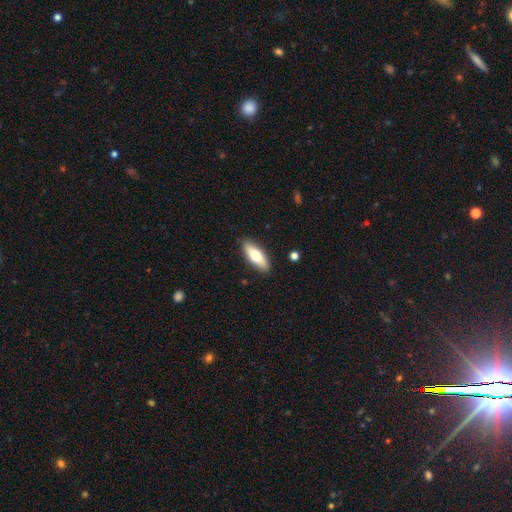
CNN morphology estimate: A smooth galaxy with no disk features (65%) that is in between round and cigar-shaped (65%).

Vote fractions:
- Smooth or featured? smooth: 65% / featured or disk: 29% / star or artifact: 6%
- How rounded? in between: 65% / cigar-shaped: 32% / round: 2%
- Merging? none: 89% / minor disturbance: 8% / major disturbance: 2% / merger: 1%